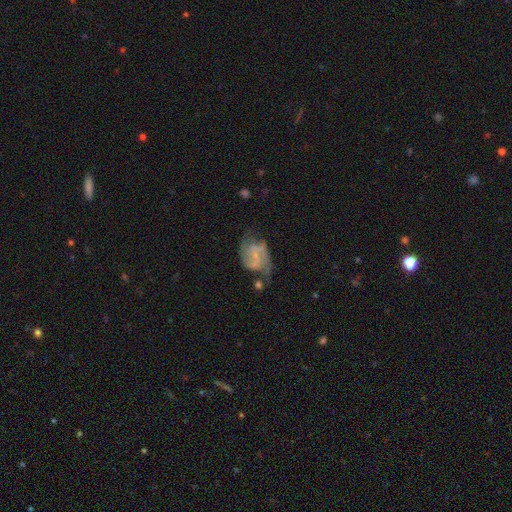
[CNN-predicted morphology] This is likely a featured or disk galaxy (77%). It is clearly not viewed edge-on (98%). Bar: possibly weak (46%). Spiral arm pattern: clearly yes (88%). Spiral arm count: likely 2 (72%). Spiral winding: possibly medium (47%). Central bulge: likely small (63%). Merging: marginally none (43%).